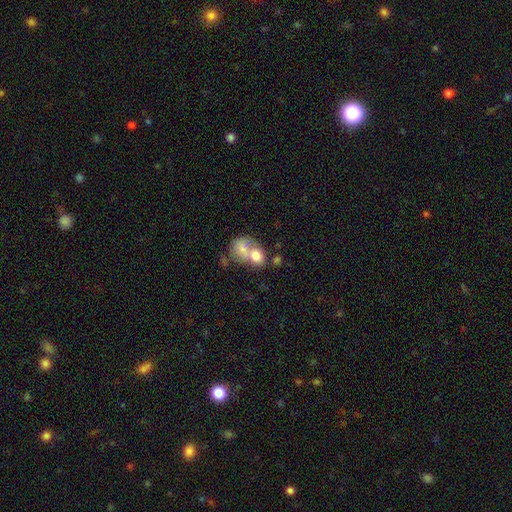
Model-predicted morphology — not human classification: A smooth galaxy with no disk features (69%) that is in between round and cigar-shaped (50%). Merging: merger (66%).